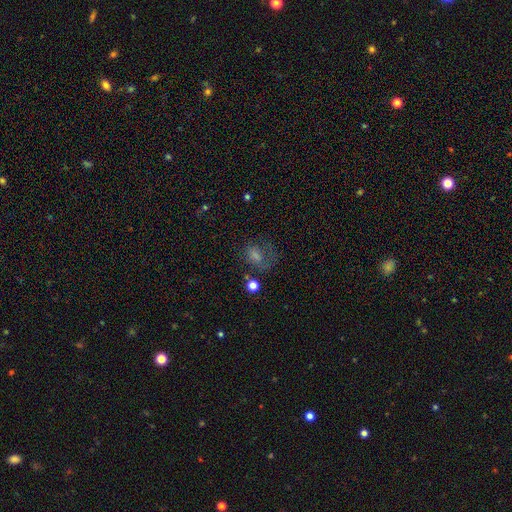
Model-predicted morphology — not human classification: This appears to be a smooth galaxy with no disk features (52%) that is in between round and cigar-shaped (64%). Merging: none (40%).